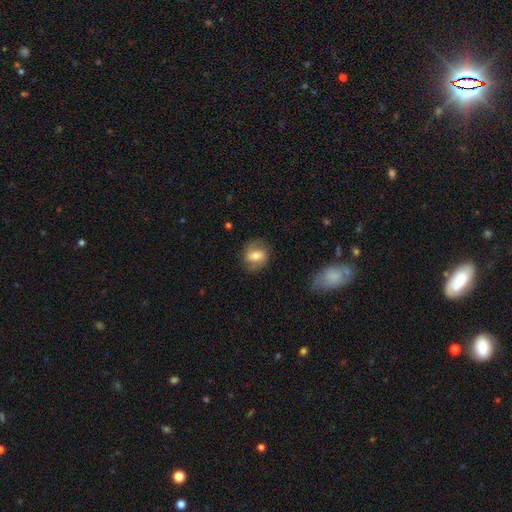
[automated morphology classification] type=smooth (61%); roundness=round (61%); merging=none (78%).